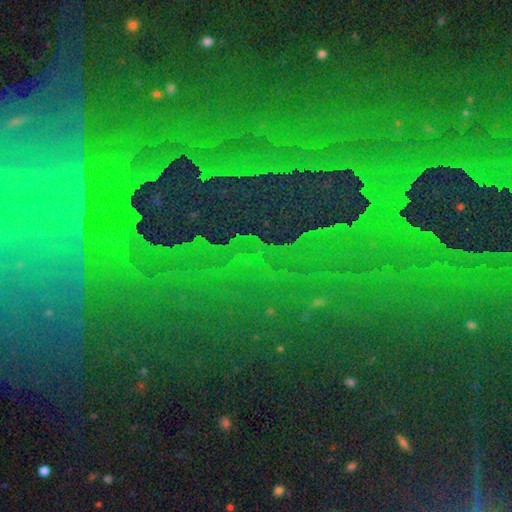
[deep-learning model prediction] A star or artifact, not a galaxy (85%).